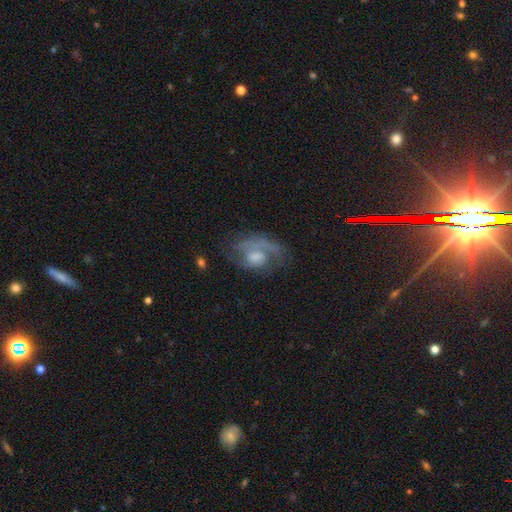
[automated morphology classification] Q: Smooth or featured?
A: featured or disk (66%); runner-up: smooth (23%)
Q: Edge-on disk?
A: no (97%); runner-up: yes (3%)
Q: Bar?
A: no (68%); runner-up: weak (27%)
Q: Spiral arms?
A: yes (80%); runner-up: no (20%)
Q: Spiral winding?
A: medium (41%); runner-up: tight (31%)
Q: Spiral arm count?
A: 1 (55%); runner-up: 2 (23%)
Q: Bulge size?
A: moderate (41%); runner-up: small (24%)
Q: Merging?
A: none (48%); runner-up: major disturbance (27%)